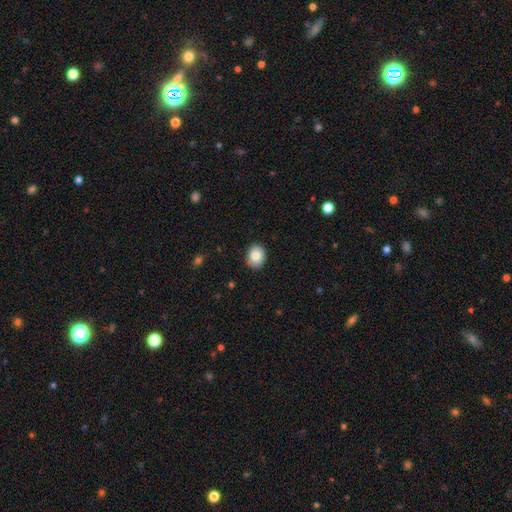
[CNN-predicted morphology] This appears to be a smooth galaxy with no disk features (83%) that is in between round and cigar-shaped (52%). Merging: none (88%).